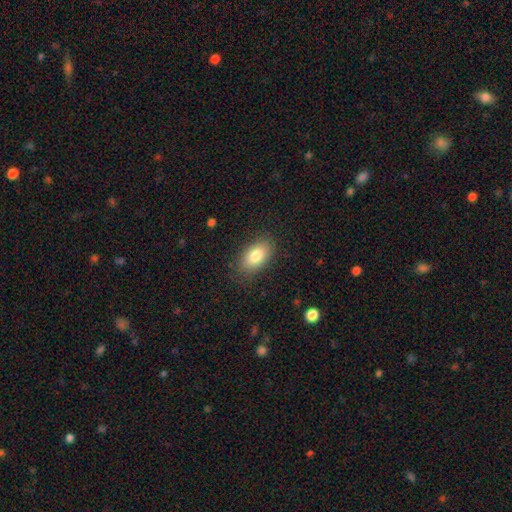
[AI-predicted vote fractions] The model was most divided on "smooth or featured": smooth: 82%, featured or disk: 10%, star or artifact: 8%. More confident: how rounded — in between (91%); merging — none (84%).